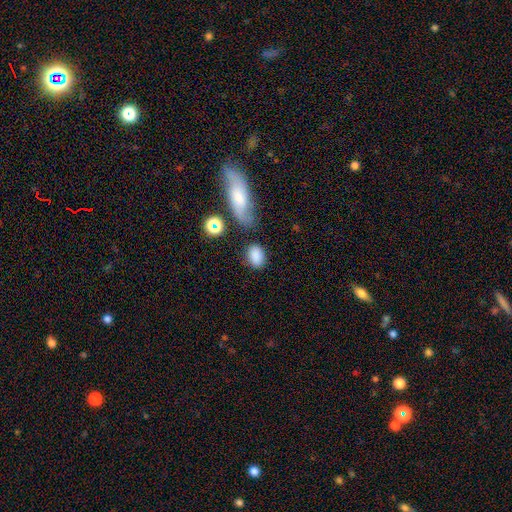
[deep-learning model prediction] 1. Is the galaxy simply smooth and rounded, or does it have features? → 84% smooth, 9% star or artifact, 6% featured or disk.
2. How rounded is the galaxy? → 79% in between, 19% round, 2% cigar-shaped.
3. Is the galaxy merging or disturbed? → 70% none, 16% minor disturbance, 8% merger, 7% major disturbance.